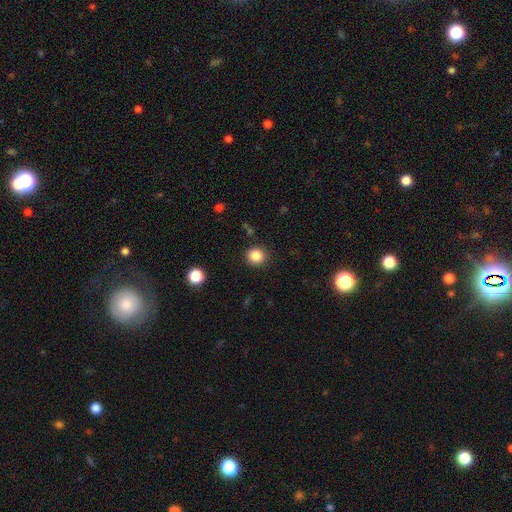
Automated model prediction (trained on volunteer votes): smooth_or_featured: smooth (p=0.85) [alt: star or artifact p=0.11]
how_rounded: round (p=0.88) [alt: in between p=0.11]
merging: none (p=0.89) [alt: minor disturbance p=0.07]